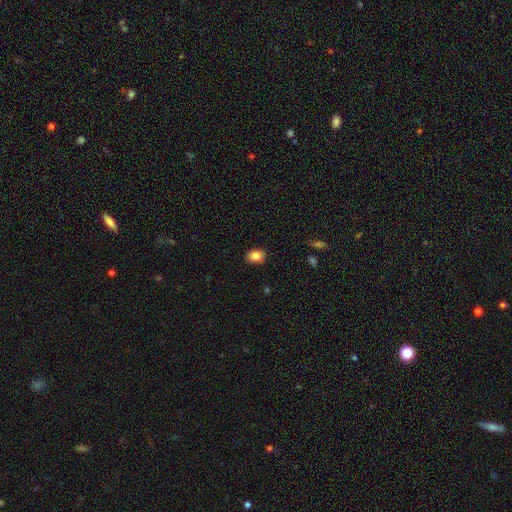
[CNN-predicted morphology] Overall: smooth (84%). How rounded: in between (66%; round 33%). Merging: none (88%).